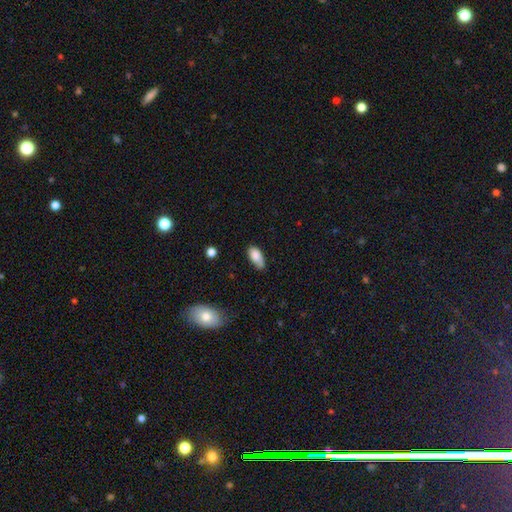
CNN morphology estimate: smooth_or_featured: smooth (p=0.83) [alt: featured or disk p=0.10]
how_rounded: in between (p=0.90) [alt: cigar-shaped p=0.07]
merging: none (p=0.54) [alt: minor disturbance p=0.35]